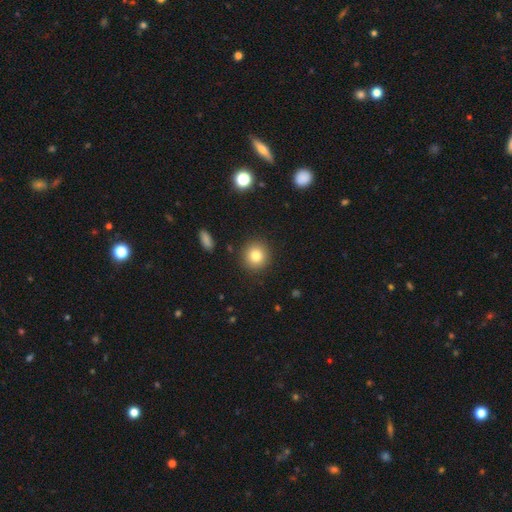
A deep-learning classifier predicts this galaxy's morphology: A smooth galaxy with no disk features (81%) that is round (91%). Merging: none (90%).